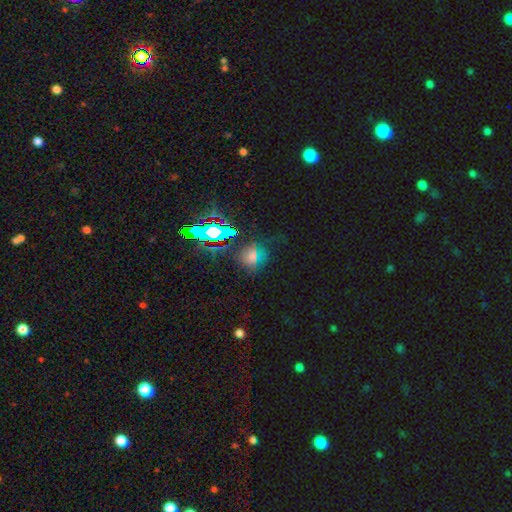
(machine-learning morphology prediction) smooth_or_featured: star or artifact (p=0.51) [alt: smooth p=0.30]